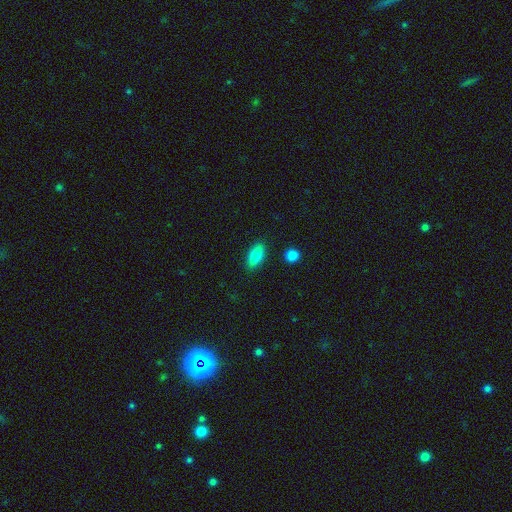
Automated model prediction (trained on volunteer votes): The model was most divided on "how rounded": in between: 77%, cigar-shaped: 20%, round: 3%. More confident: merging — none (87%); smooth or featured — smooth (79%).